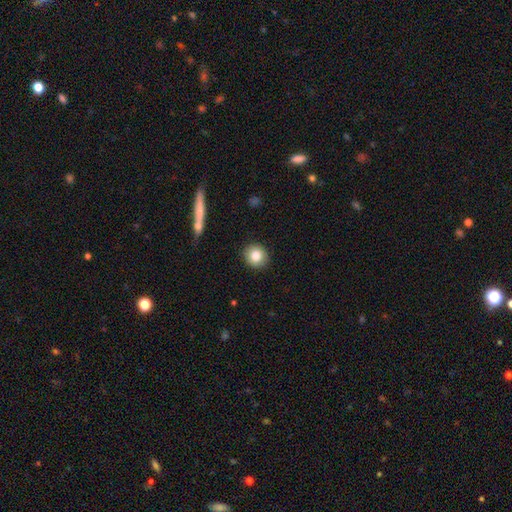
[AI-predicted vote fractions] Smooth or featured?
  - smooth: 82% *
  - featured or disk: 9%
  - star or artifact: 9%
How rounded?
  - round: 87% *
  - in between: 11%
  - cigar-shaped: 1%
Merging?
  - none: 91% *
  - minor disturbance: 6%
  - major disturbance: 2%
  - merger: 1%